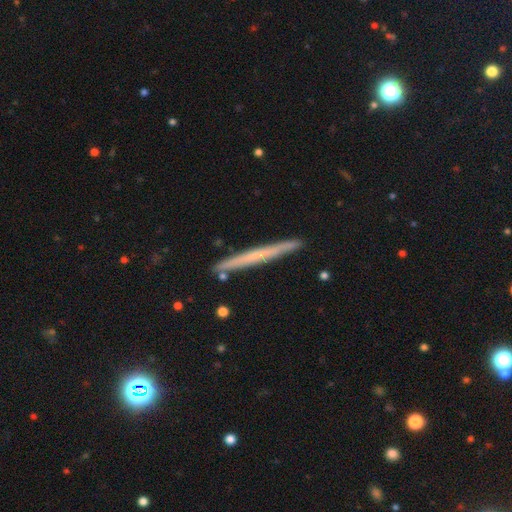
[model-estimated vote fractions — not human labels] smooth-or-featured: featured or disk: 48% | smooth: 46% | star or artifact: 6%
  merging: none: 90% | minor disturbance: 7% | merger: 2% | major disturbance: 1%